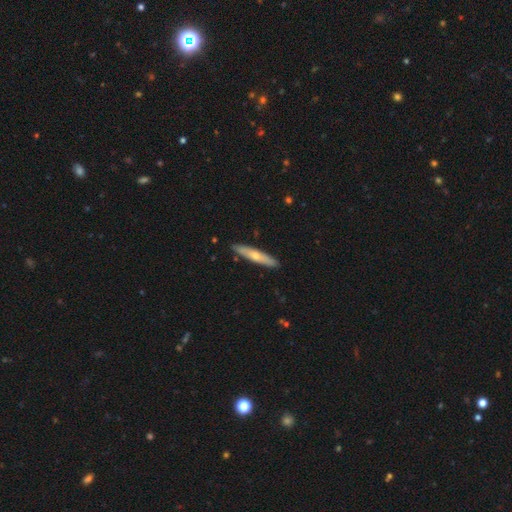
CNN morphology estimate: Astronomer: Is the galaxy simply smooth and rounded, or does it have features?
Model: smooth — 53% (runner-up: featured or disk, 42%).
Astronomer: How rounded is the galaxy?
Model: cigar-shaped — 89%.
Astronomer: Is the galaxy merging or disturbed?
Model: none — 90%.